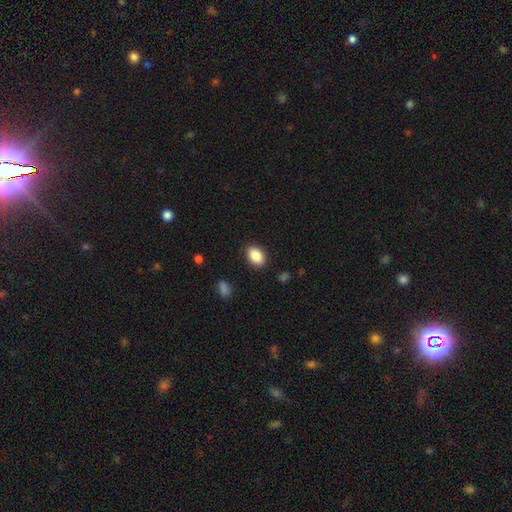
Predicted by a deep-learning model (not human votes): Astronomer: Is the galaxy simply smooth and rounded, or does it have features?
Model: smooth — 87%.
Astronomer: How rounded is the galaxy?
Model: in between — 86%.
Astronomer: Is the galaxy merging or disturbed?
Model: none — 88%.